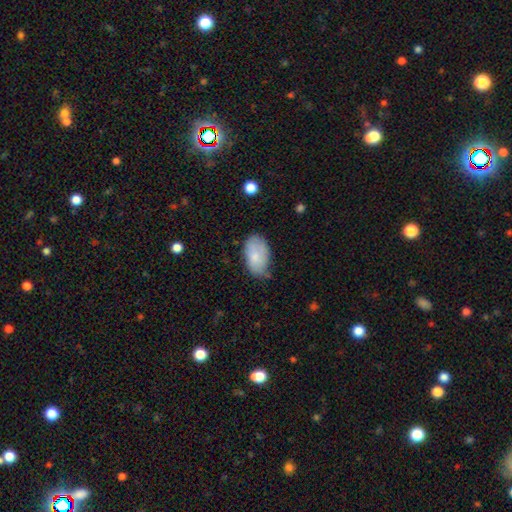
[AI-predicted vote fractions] Smooth or featured? smooth (81%)
How rounded? in between (94%)
Merging? none (67%)